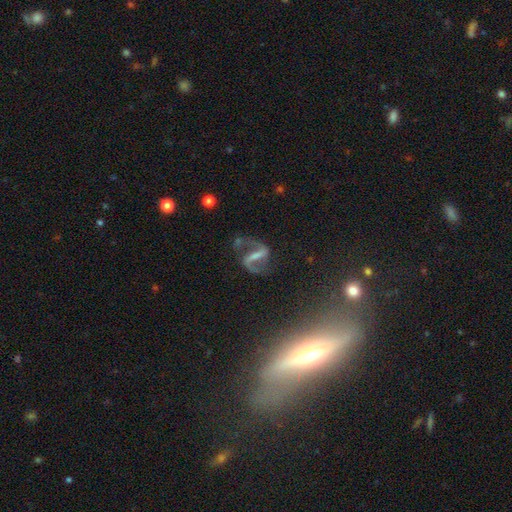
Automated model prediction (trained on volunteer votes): Q: Smooth or featured?
A: featured or disk (86%); runner-up: star or artifact (8%)
Q: Edge-on disk?
A: no (97%); runner-up: yes (3%)
Q: Bar?
A: strong (69%); runner-up: weak (23%)
Q: Spiral arms?
A: yes (93%); runner-up: no (7%)
Q: Spiral winding?
A: loose (46%); runner-up: medium (44%)
Q: Spiral arm count?
A: 2 (92%); runner-up: 1 (3%)
Q: Bulge size?
A: none (38%); runner-up: small (33%)
Q: Merging?
A: none (64%); runner-up: minor disturbance (16%)